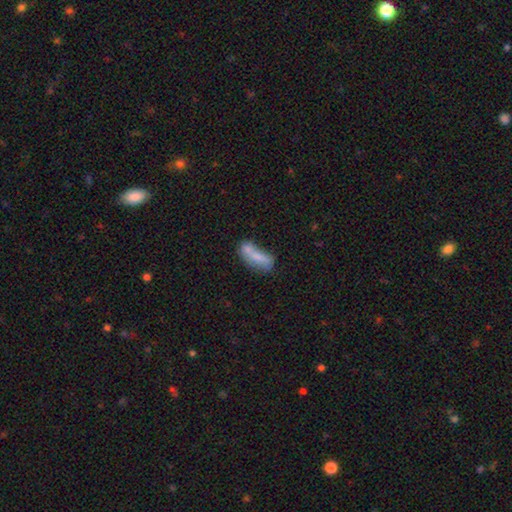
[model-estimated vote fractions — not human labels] Smooth or featured: smooth — 68% (featured or disk — 24%)
How rounded: in between — 63% (cigar-shaped — 33%)
Merging: merger — 39% (none — 33%)